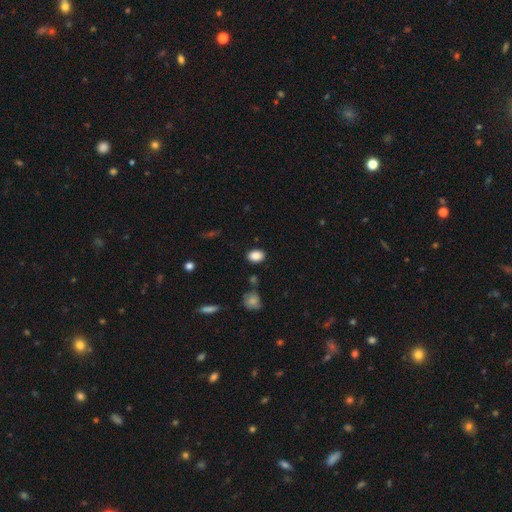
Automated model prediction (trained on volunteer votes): This appears to be a smooth galaxy with no disk features (87%) that is in between round and cigar-shaped (76%). Merging: none (85%).